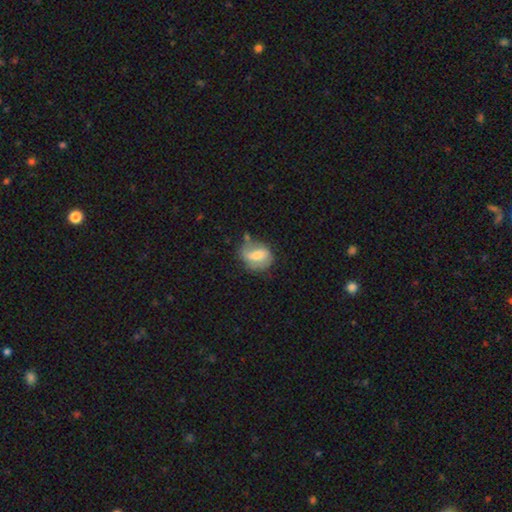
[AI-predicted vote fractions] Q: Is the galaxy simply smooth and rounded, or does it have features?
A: smooth — 51%.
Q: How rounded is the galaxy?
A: in between — 58%.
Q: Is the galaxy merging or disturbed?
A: none — 54%.